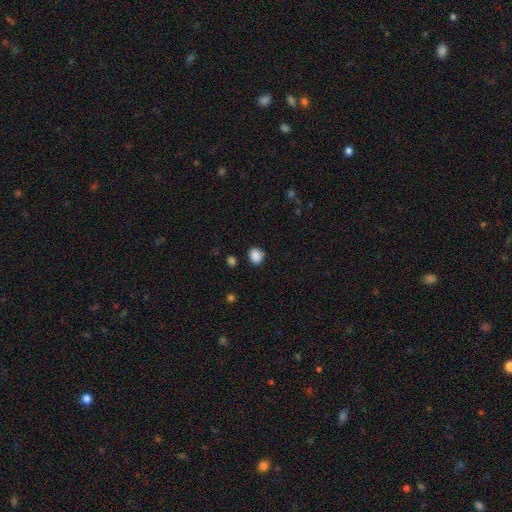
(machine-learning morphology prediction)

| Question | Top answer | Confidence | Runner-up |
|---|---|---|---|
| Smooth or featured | smooth | 87% | star or artifact (10%) |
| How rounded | round | 71% | in between (28%) |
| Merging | none | 81% | minor disturbance (13%) |